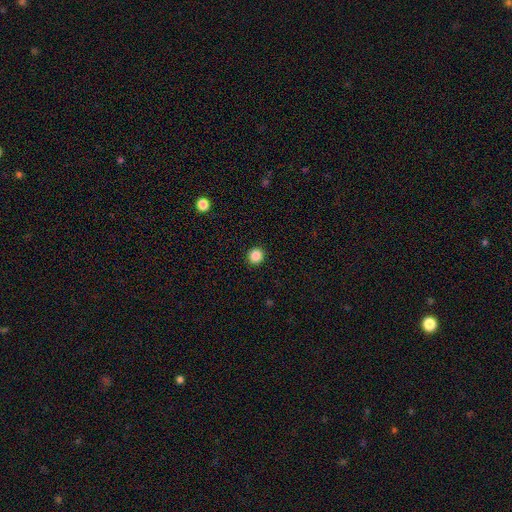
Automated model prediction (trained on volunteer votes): Q: Smooth or featured?
A: smooth (87%); runner-up: star or artifact (10%)
Q: How rounded?
A: round (92%); runner-up: in between (7%)
Q: Merging?
A: none (93%); runner-up: minor disturbance (5%)